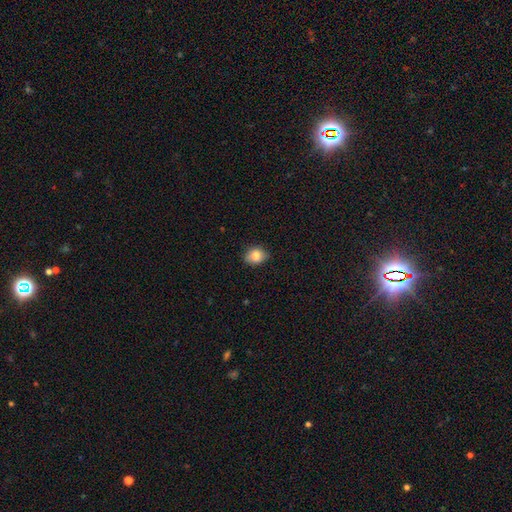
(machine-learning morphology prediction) Smooth or featured?
  - smooth: 82% *
  - star or artifact: 9%
  - featured or disk: 9%
How rounded?
  - in between: 51% *
  - round: 48%
  - cigar-shaped: 1%
Merging?
  - none: 82% *
  - minor disturbance: 15%
  - major disturbance: 2%
  - merger: 1%